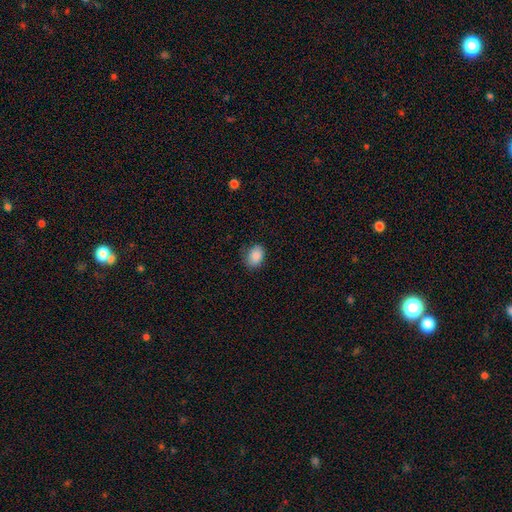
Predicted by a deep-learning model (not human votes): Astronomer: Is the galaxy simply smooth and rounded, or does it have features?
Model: smooth — 88%.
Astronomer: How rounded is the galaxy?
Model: in between — 74%.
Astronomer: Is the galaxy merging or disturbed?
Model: none — 76%.